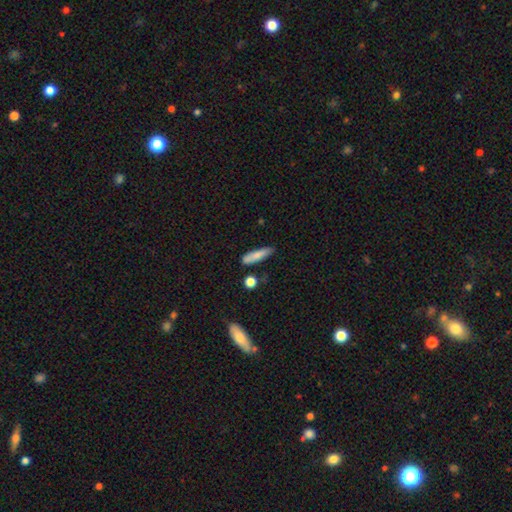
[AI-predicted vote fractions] Smooth or featured?
  - smooth: 80% *
  - featured or disk: 13%
  - star or artifact: 7%
How rounded?
  - cigar-shaped: 74% *
  - in between: 24%
  - round: 2%
Merging?
  - none: 75% *
  - minor disturbance: 17%
  - merger: 4%
  - major disturbance: 3%